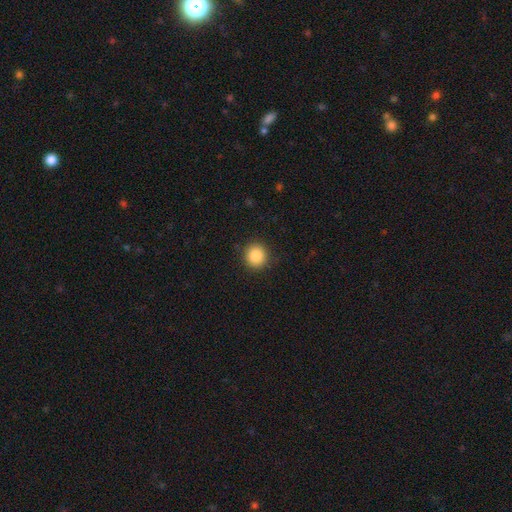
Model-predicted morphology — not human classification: Overall: smooth (87%). How rounded: round (92%). Merging: none (90%).